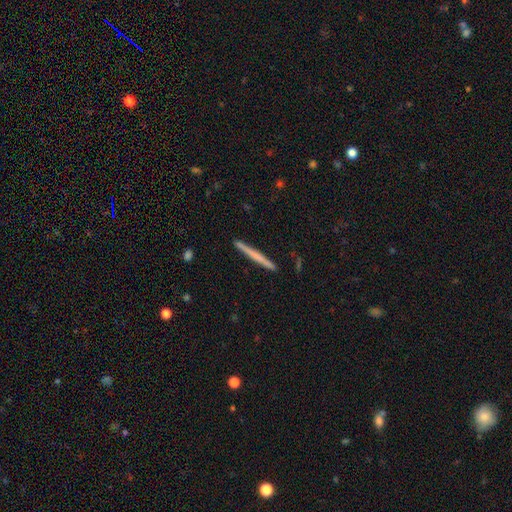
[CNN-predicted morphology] A smooth galaxy with no disk features (53%) that is cigar-shaped (97%).

Vote fractions:
- Smooth or featured? smooth: 53% / featured or disk: 42% / star or artifact: 5%
- How rounded? cigar-shaped: 97% / in between: 2% / round: 1%
- Merging? none: 91% / minor disturbance: 7% / merger: 1% / major disturbance: 1%